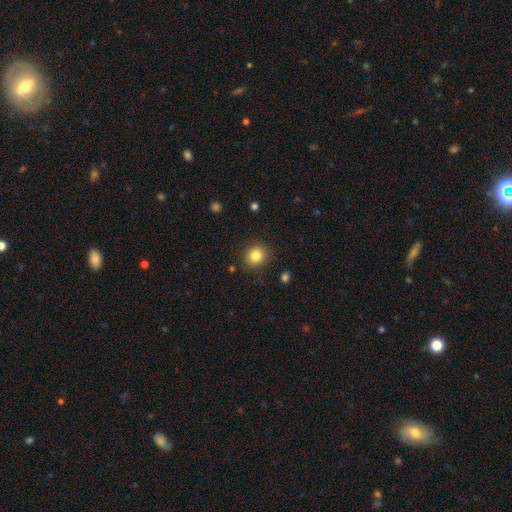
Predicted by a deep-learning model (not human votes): smooth-or-featured: smooth: 83% | star or artifact: 10% | featured or disk: 6%
  how-rounded: round: 82% | in between: 17% | cigar-shaped: 1%
  merging: none: 88% | minor disturbance: 8% | major disturbance: 3% | merger: 1%